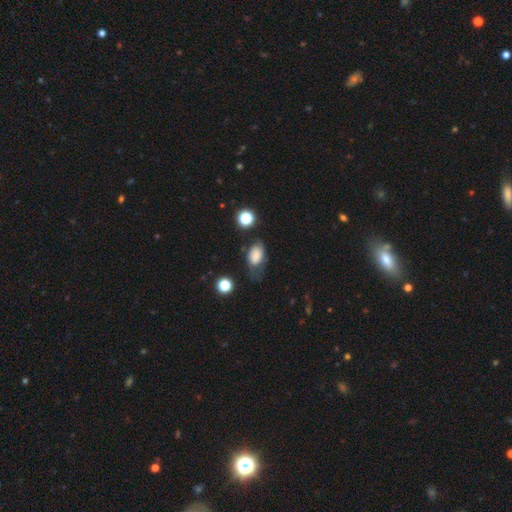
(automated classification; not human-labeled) Morphology: type=smooth (73%); roundness=in between (86%); merging=none (42%).